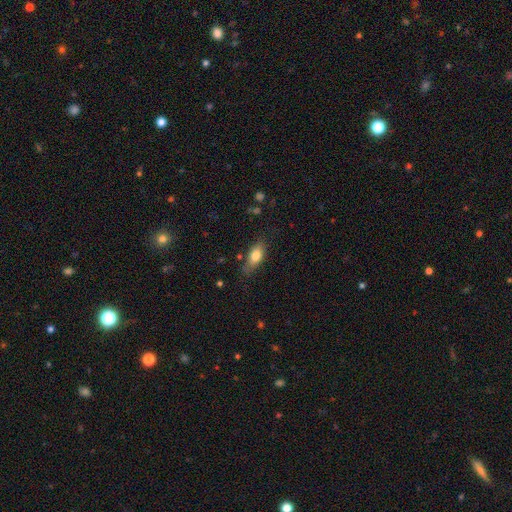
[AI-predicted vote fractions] Smooth or featured: smooth — 78% (featured or disk — 15%)
How rounded: in between — 81% (cigar-shaped — 14%)
Merging: none — 72% (minor disturbance — 21%)